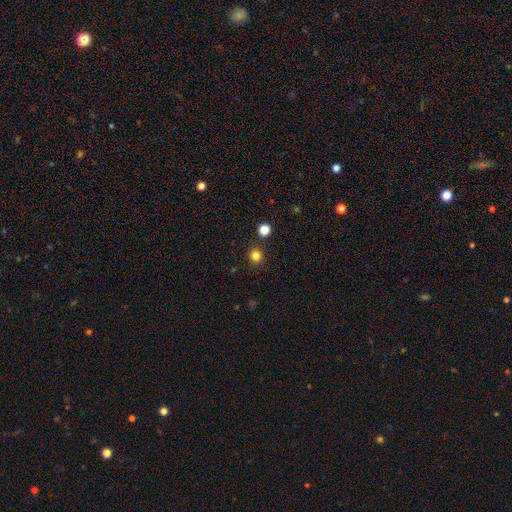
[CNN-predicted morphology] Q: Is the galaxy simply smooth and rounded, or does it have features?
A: smooth — 81%.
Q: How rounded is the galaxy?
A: round — 94%.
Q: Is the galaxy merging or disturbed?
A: none — 89%.